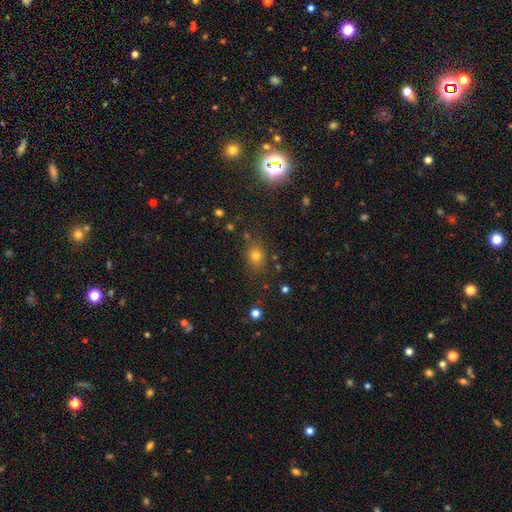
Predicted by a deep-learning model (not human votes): This is likely a smooth galaxy (72%). How rounded: possibly round (58%). Merging: likely none (77%).